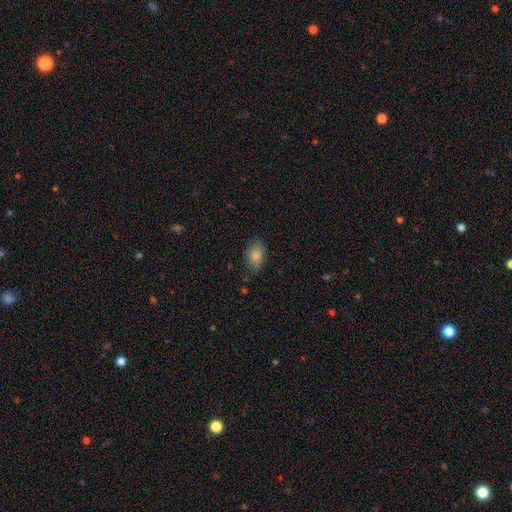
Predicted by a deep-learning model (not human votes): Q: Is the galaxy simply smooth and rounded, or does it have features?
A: smooth — 85%.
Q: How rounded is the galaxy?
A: in between — 89%.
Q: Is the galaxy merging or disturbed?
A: none — 78%.